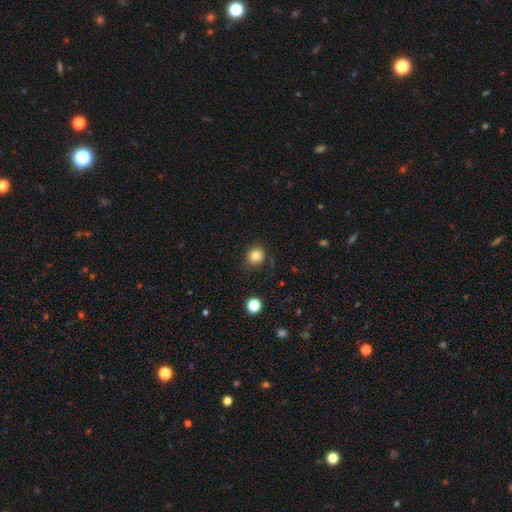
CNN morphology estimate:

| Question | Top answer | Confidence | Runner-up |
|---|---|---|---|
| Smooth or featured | smooth | 82% | star or artifact (12%) |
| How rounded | round | 84% | in between (15%) |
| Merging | none | 82% | minor disturbance (13%) |